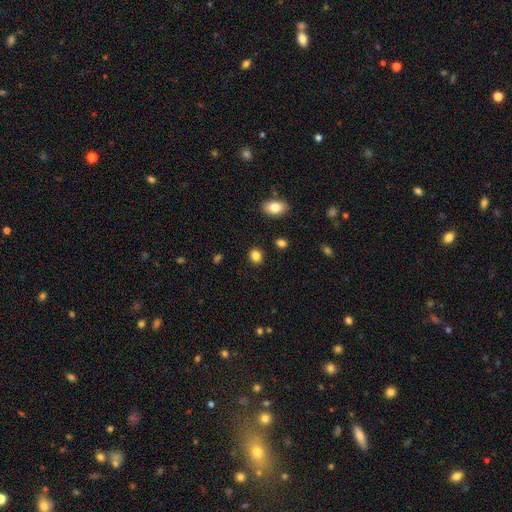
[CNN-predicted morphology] This appears to be a smooth galaxy with no disk features (85%) that is round (65%). Merging: none (89%).